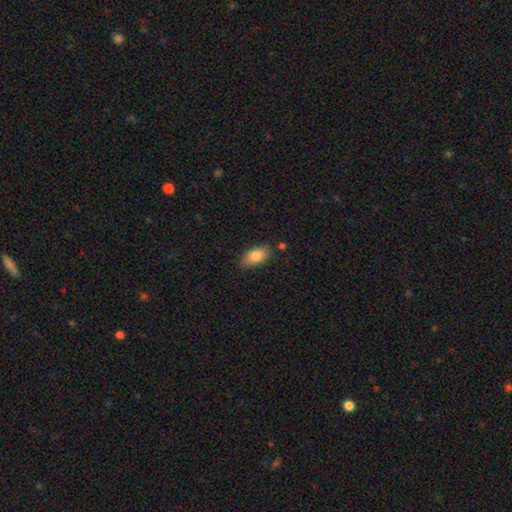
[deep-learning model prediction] Smooth or featured? Predicted: smooth (p=0.84). How rounded? Predicted: in between (p=0.91). Merging? Predicted: none (p=0.80).